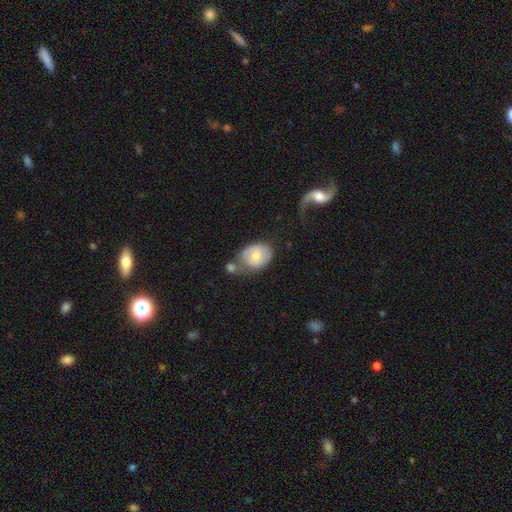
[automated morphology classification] smooth-or-featured: smooth: 61% | featured or disk: 32% | star or artifact: 7%
  how-rounded: in between: 59% | round: 40% | cigar-shaped: 1%
  merging: none: 40% | merger: 25% | minor disturbance: 23% | major disturbance: 12%